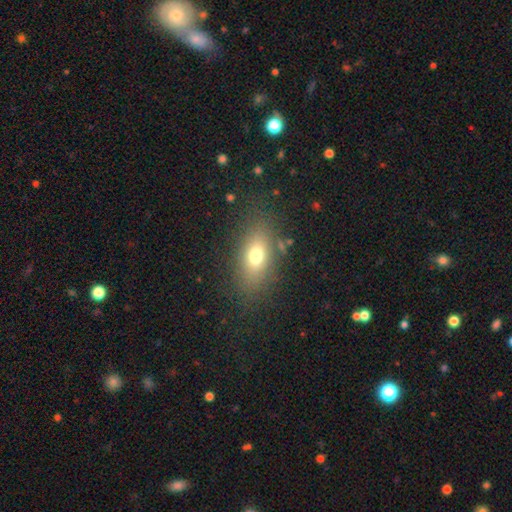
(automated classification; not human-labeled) Smooth or featured?
  - smooth: 69% *
  - featured or disk: 18%
  - star or artifact: 13%
How rounded?
  - in between: 79% *
  - round: 13%
  - cigar-shaped: 9%
Merging?
  - none: 80% *
  - minor disturbance: 11%
  - major disturbance: 6%
  - merger: 2%